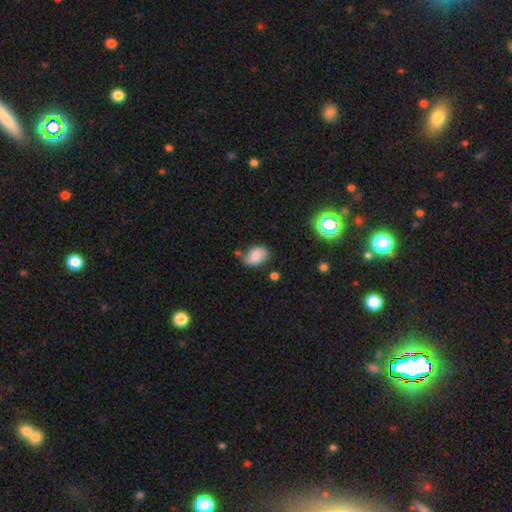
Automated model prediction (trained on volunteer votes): smooth_or_featured: smooth (p=0.73) [alt: featured or disk p=0.16]
how_rounded: in between (p=0.83) [alt: round p=0.16]
merging: none (p=0.57) [alt: minor disturbance p=0.28]